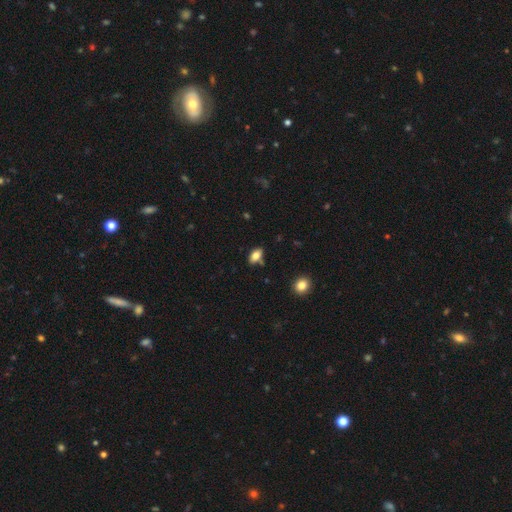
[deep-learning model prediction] This appears to be a smooth galaxy with no disk features (78%) that is in between round and cigar-shaped (88%). Merging: none (74%).